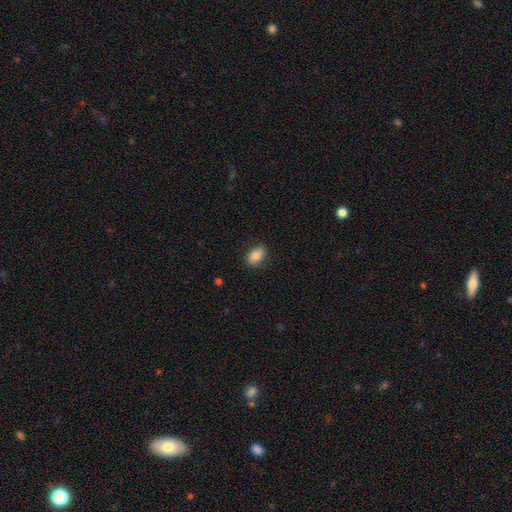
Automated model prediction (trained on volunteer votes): This is clearly a smooth galaxy (84%). How rounded: clearly in between (89%). Merging: clearly none (87%).